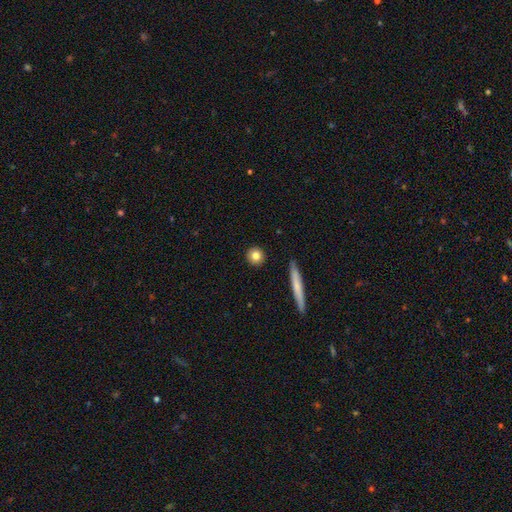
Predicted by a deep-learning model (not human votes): This is clearly a smooth galaxy (80%). How rounded: clearly round (87%). Merging: clearly none (90%).